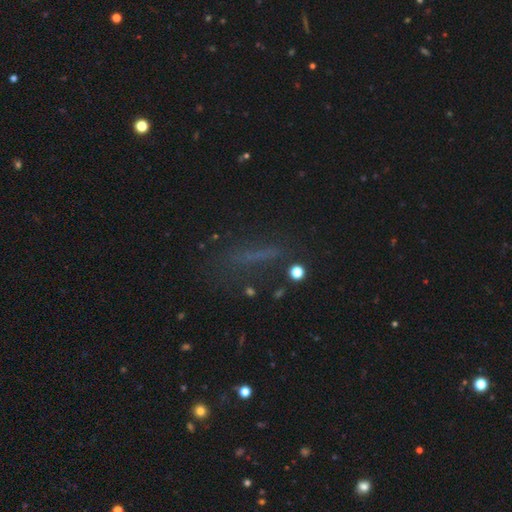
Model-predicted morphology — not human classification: A smooth galaxy with no disk features (40%). Merging: none (61%).